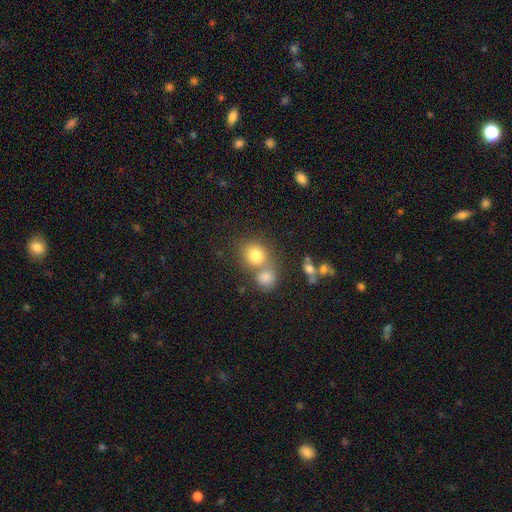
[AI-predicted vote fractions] Smooth or featured? smooth (77%)
How rounded? round (74%)
Merging? none (46%)